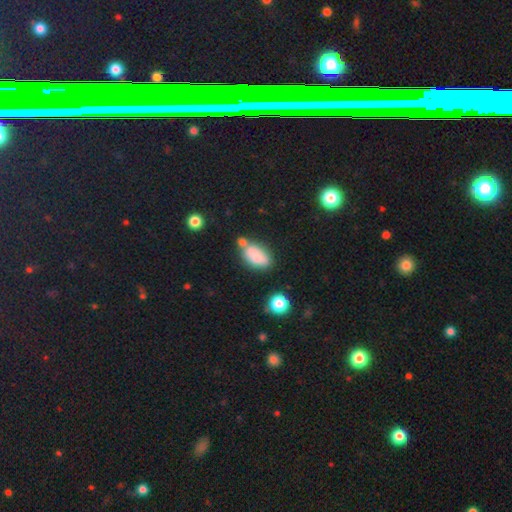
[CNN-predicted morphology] Smooth or featured?
  - smooth: 77% *
  - featured or disk: 13%
  - star or artifact: 9%
How rounded?
  - in between: 89% *
  - round: 7%
  - cigar-shaped: 4%
Merging?
  - none: 49% *
  - merger: 25%
  - minor disturbance: 19%
  - major disturbance: 7%